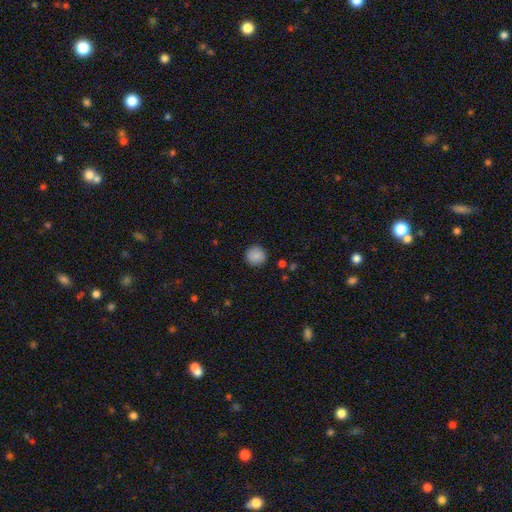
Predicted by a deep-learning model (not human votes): Smooth or featured: smooth — 87% (star or artifact — 8%)
How rounded: round — 92% (in between — 7%)
Merging: none — 89% (minor disturbance — 7%)